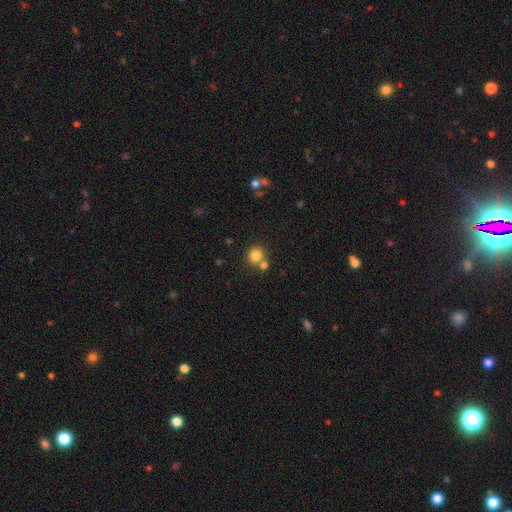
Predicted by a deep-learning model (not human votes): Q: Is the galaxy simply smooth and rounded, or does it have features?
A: smooth — 80%.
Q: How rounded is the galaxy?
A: round — 86%.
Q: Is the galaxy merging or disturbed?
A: none — 58%.